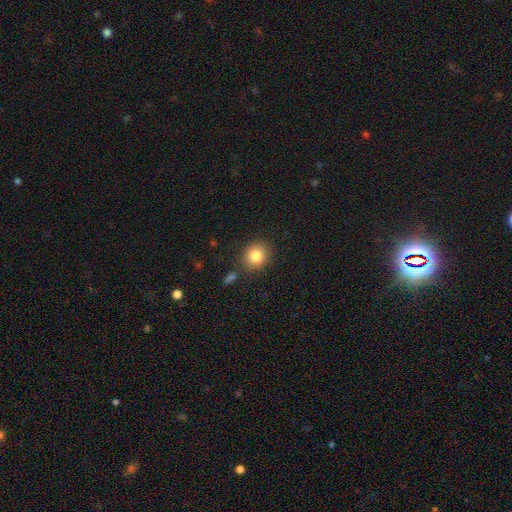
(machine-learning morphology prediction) smooth_or_featured: smooth (p=0.84) [alt: star or artifact p=0.09]
how_rounded: round (p=0.77) [alt: in between p=0.22]
merging: none (p=0.84) [alt: minor disturbance p=0.10]